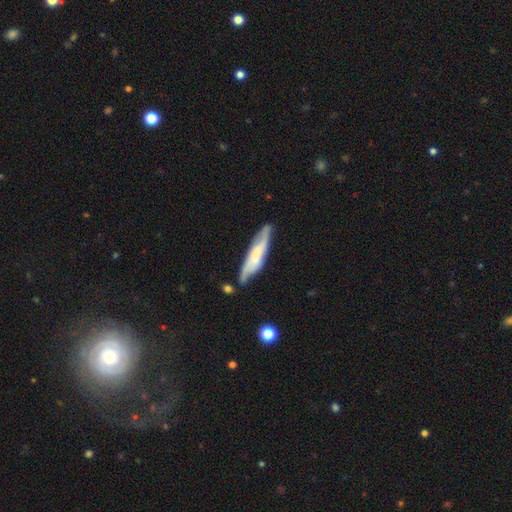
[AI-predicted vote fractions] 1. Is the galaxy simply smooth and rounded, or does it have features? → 56% featured or disk, 38% smooth, 6% star or artifact.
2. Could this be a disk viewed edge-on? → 51% yes, 49% no.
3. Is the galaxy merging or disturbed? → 67% none, 22% minor disturbance, 6% major disturbance, 5% merger.